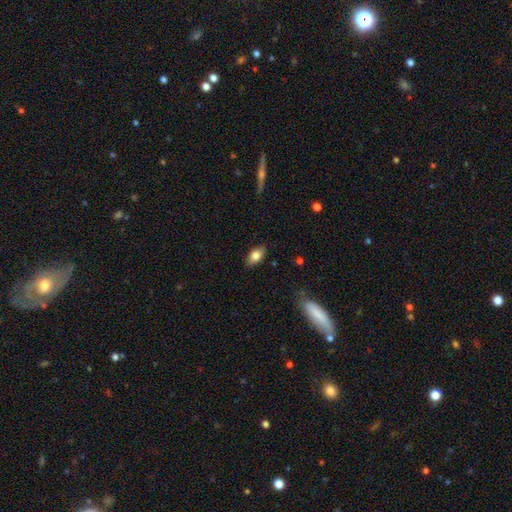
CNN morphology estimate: Q: Smooth or featured?
A: smooth (81%); runner-up: featured or disk (11%)
Q: How rounded?
A: in between (90%); runner-up: round (7%)
Q: Merging?
A: none (85%); runner-up: minor disturbance (12%)